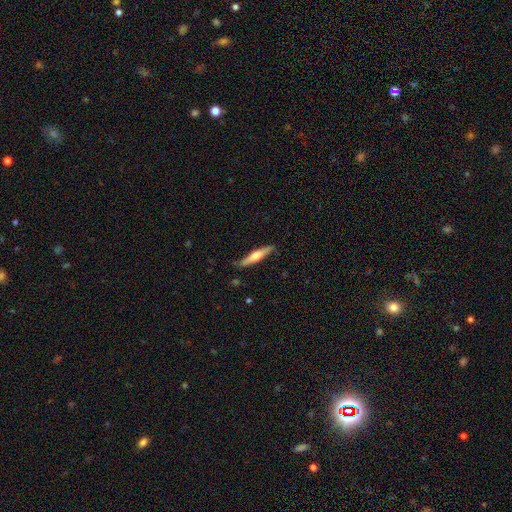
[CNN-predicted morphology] A smooth galaxy with no disk features (49%). Merging: none (83%).